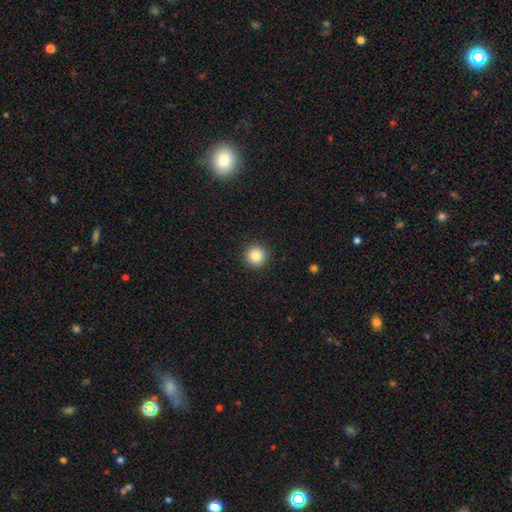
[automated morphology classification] The model was most divided on "smooth or featured": smooth: 86%, star or artifact: 10%, featured or disk: 4%. More confident: how rounded — round (96%); merging — none (92%).